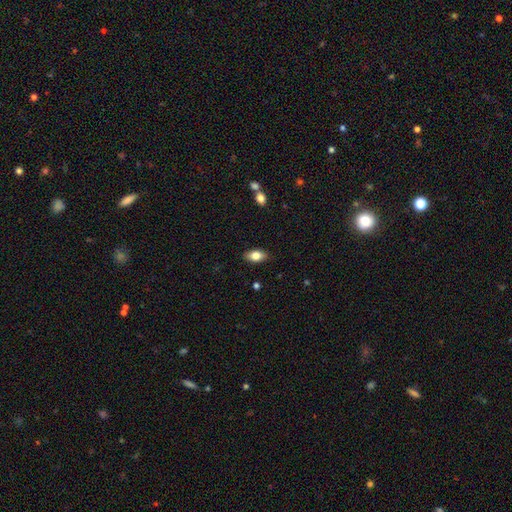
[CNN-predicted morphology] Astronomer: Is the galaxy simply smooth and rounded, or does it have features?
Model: smooth — 79%.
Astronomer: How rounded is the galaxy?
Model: in between — 90%.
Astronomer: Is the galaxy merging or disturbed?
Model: none — 87%.